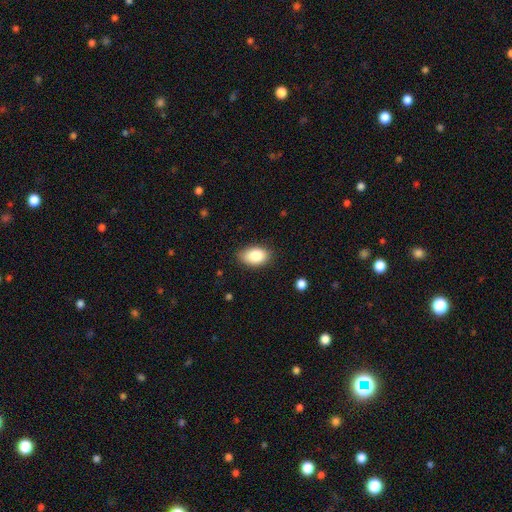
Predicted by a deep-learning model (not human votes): Smooth or featured? Predicted: smooth (p=0.85). How rounded? Predicted: in between (p=0.92). Merging? Predicted: none (p=0.83).